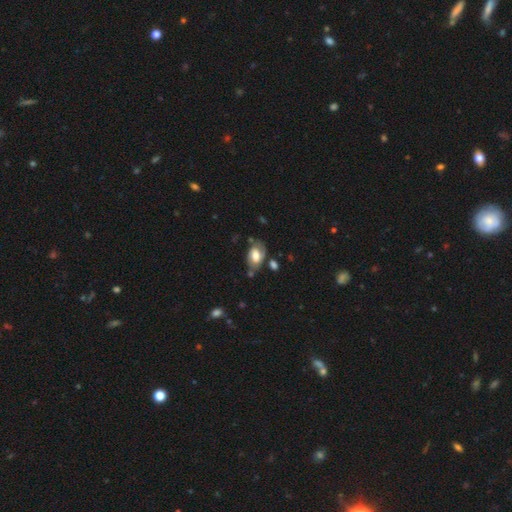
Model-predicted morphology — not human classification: smooth 50%, featured or disk 42%, star or artifact 7%. Down the decision tree: how rounded — in between (88%); merging — none (56%).